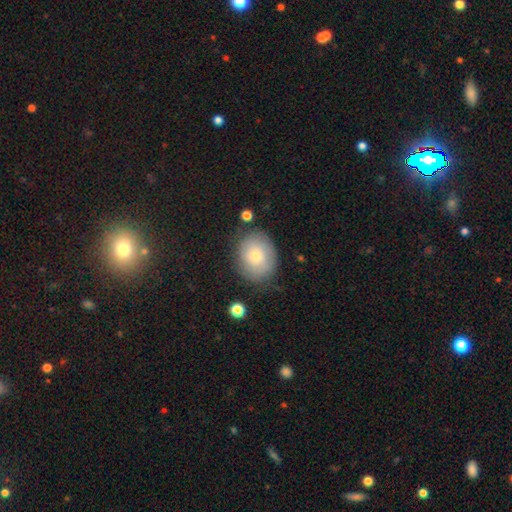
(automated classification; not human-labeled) This is likely a smooth galaxy (67%). How rounded: possibly round (54%). Merging: likely none (76%).